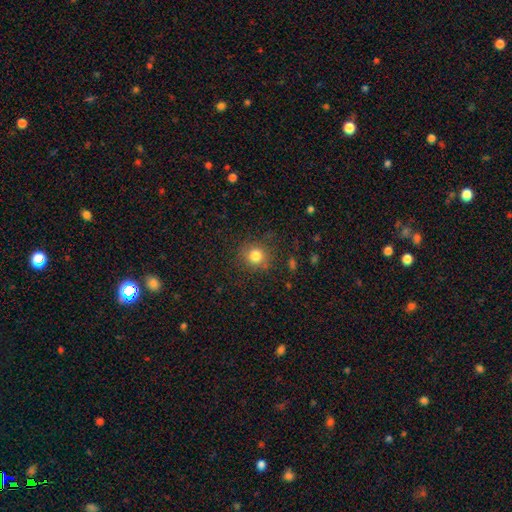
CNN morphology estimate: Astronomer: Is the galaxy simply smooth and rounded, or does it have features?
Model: smooth — 81%.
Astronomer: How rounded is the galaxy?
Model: round — 90%.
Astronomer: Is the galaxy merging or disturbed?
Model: none — 85%.